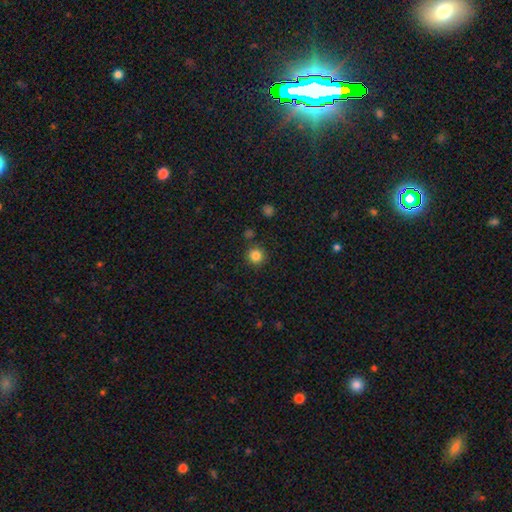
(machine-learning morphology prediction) This appears to be a smooth galaxy with no disk features (83%) that is round (95%). Merging: none (89%).